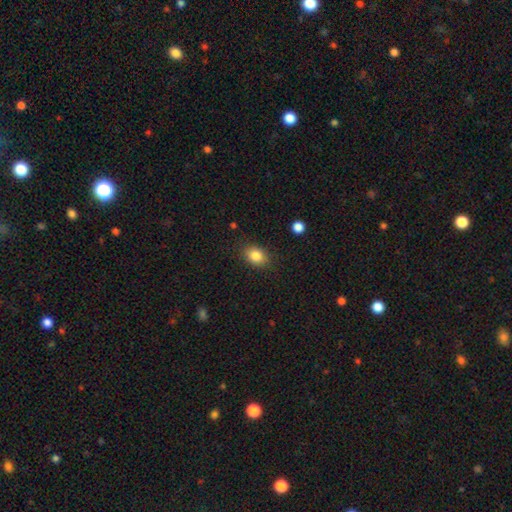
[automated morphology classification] Smooth or featured? smooth (85%)
How rounded? in between (62%)
Merging? none (85%)